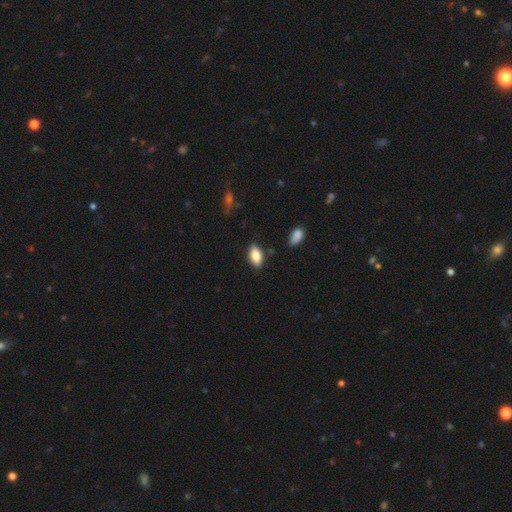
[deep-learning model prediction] Q: Smooth or featured?
A: smooth (84%); runner-up: featured or disk (9%)
Q: How rounded?
A: in between (91%); runner-up: cigar-shaped (6%)
Q: Merging?
A: none (84%); runner-up: minor disturbance (11%)